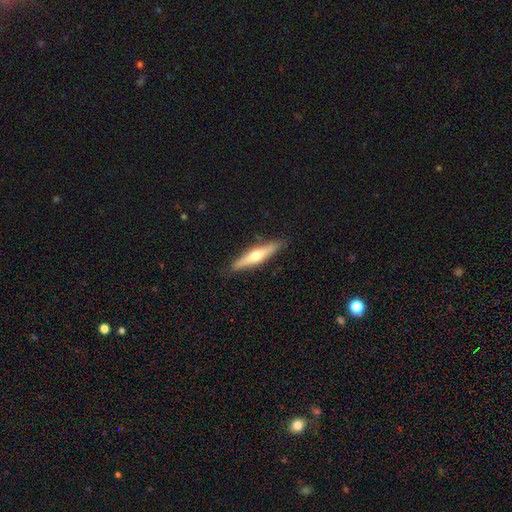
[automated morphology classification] Q: Smooth or featured?
A: featured or disk (54%); runner-up: smooth (41%)
Q: Edge-on disk?
A: yes (95%); runner-up: no (5%)
Q: Edge-on bulge?
A: rounded (87%); runner-up: none (8%)
Q: Merging?
A: none (88%); runner-up: minor disturbance (9%)